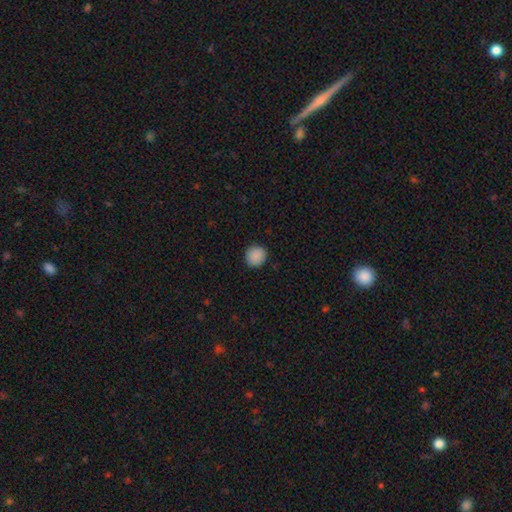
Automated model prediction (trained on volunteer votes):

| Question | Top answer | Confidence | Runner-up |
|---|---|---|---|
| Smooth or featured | smooth | 89% | star or artifact (8%) |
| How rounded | round | 92% | in between (8%) |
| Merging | none | 91% | minor disturbance (6%) |